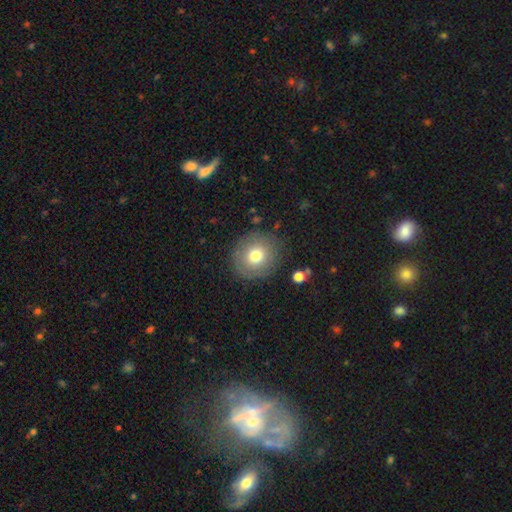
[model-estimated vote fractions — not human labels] A smooth galaxy with no disk features (72%) that is round (89%).

Vote fractions:
- Smooth or featured? smooth: 72% / featured or disk: 17% / star or artifact: 10%
- How rounded? round: 89% / in between: 10% / cigar-shaped: 1%
- Merging? none: 84% / minor disturbance: 10% / major disturbance: 4% / merger: 2%